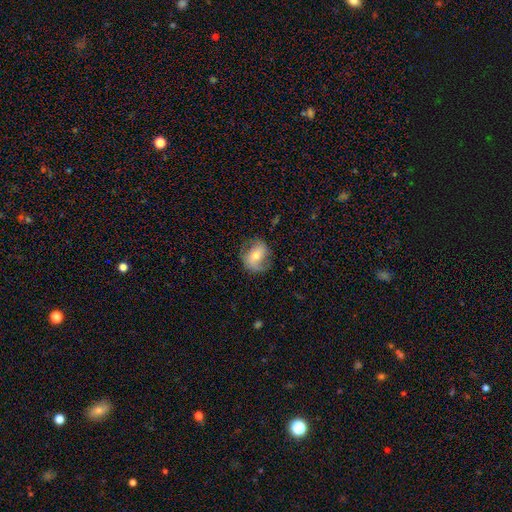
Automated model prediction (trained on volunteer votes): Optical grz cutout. It shows a featured or disk galaxy (51%). Merging: none (70%).